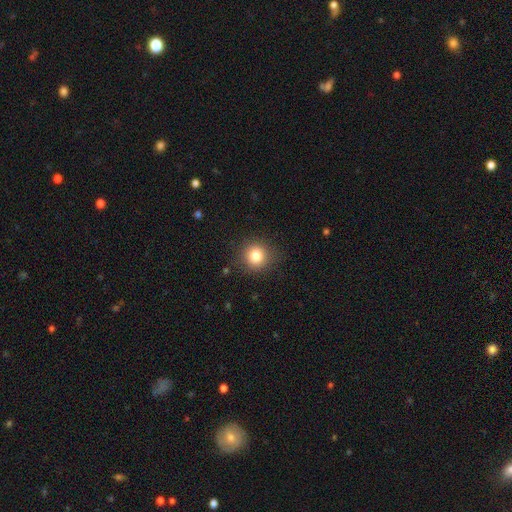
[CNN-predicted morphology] Overall: smooth (82%). How rounded: round (90%). Merging: none (87%).